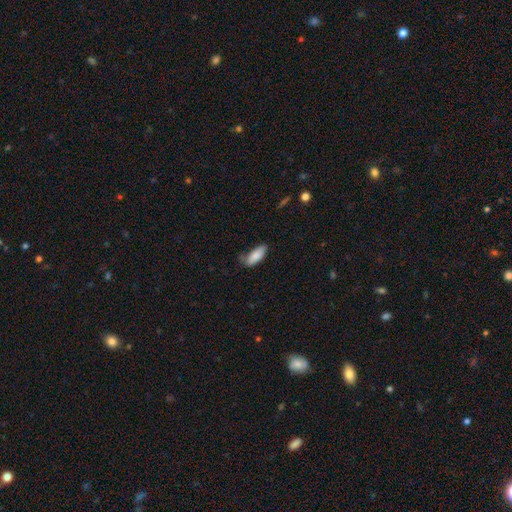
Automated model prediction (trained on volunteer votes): Smooth or featured? Predicted: smooth (p=0.86). How rounded? Predicted: in between (p=0.75). Merging? Predicted: none (p=0.59).